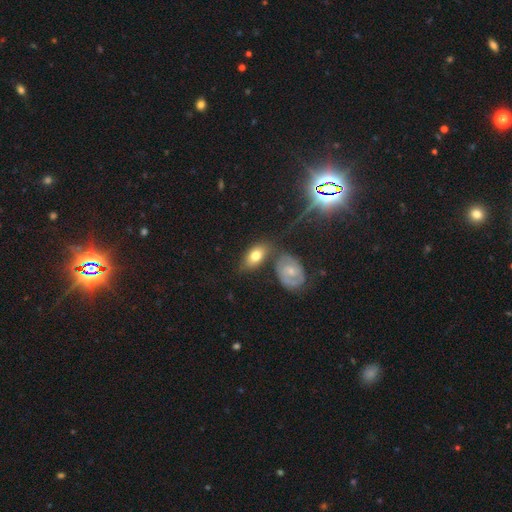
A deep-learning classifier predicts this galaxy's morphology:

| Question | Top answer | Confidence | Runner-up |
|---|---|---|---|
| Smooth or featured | smooth | 70% | featured or disk (21%) |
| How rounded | in between | 89% | round (8%) |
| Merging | none | 60% | minor disturbance (17%) |